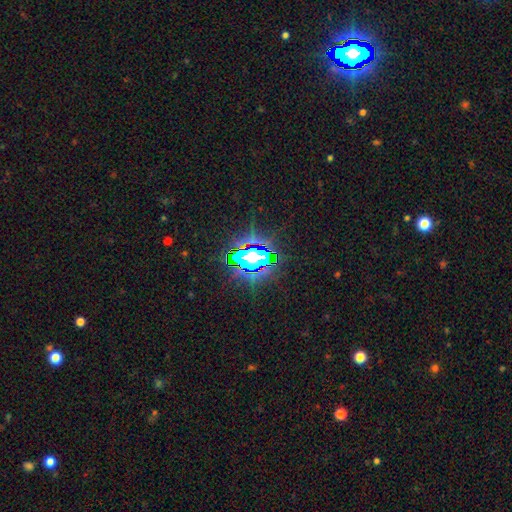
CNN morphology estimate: Smooth or featured? Predicted: star or artifact (p=0.69).